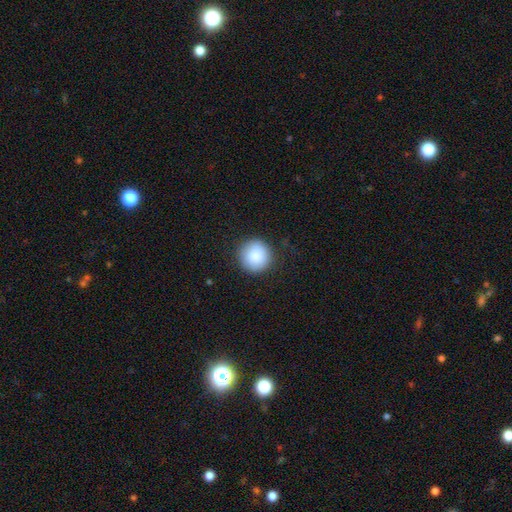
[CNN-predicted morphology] smooth-or-featured: smooth: 87% | star or artifact: 7% | featured or disk: 6%
  how-rounded: round: 95% | in between: 4% | cigar-shaped: 1%
  merging: none: 88% | minor disturbance: 8% | major disturbance: 2% | merger: 1%